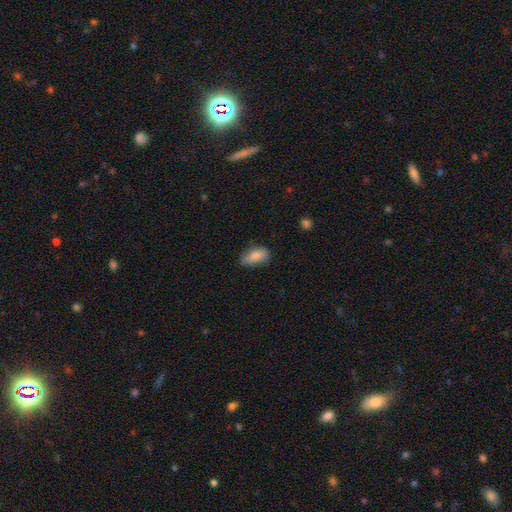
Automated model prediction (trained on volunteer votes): Smooth or featured? smooth (84%)
How rounded? in between (87%)
Merging? none (72%)